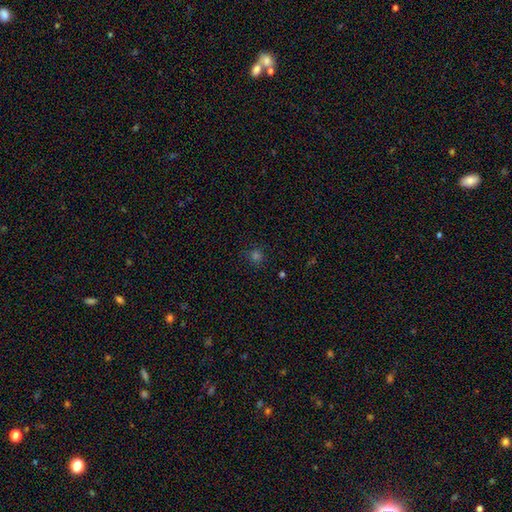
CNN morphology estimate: smooth-or-featured: smooth: 66% | star or artifact: 29% | featured or disk: 5%
  how-rounded: round: 91% | in between: 8% | cigar-shaped: 1%
  merging: none: 87% | minor disturbance: 8% | major disturbance: 3% | merger: 2%